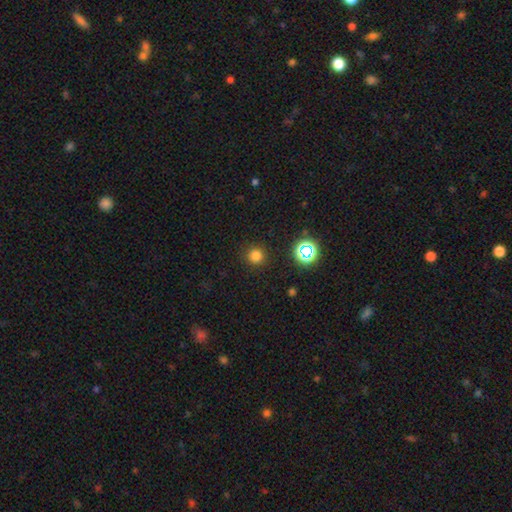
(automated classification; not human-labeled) A smooth galaxy with no disk features (77%) that is round (94%).

Vote fractions:
- Smooth or featured? smooth: 77% / star or artifact: 19% / featured or disk: 5%
- How rounded? round: 94% / in between: 5% / cigar-shaped: 1%
- Merging? none: 90% / minor disturbance: 6% / major disturbance: 3% / merger: 1%